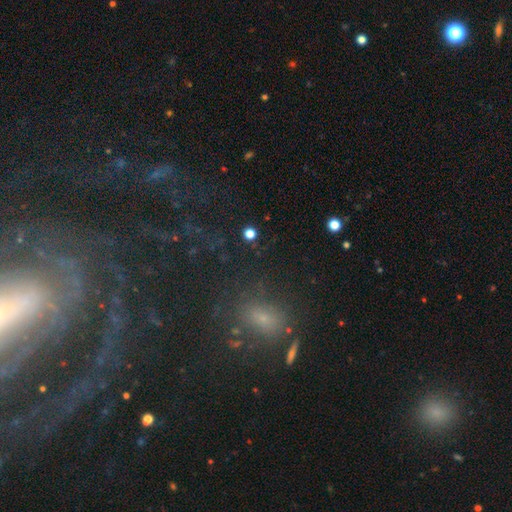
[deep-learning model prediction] The model was most divided on "bar": no: 38%, weak: 35%, strong: 27%. Remaining: edge-on disk — no (93%); spiral arms — yes (83%); merging — none (64%); smooth or featured — featured or disk (62%); bulge size — small (49%).